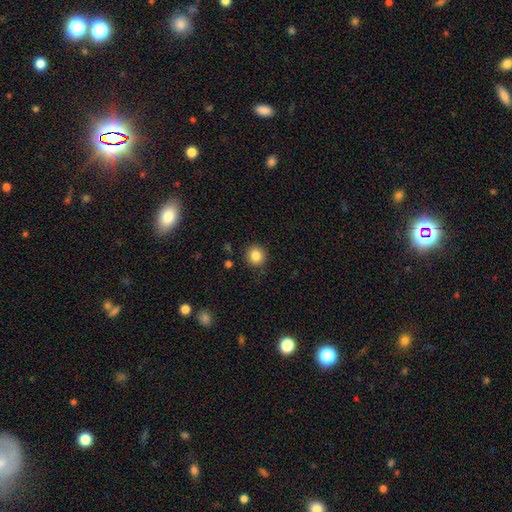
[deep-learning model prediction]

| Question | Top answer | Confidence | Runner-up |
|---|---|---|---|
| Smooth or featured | smooth | 84% | star or artifact (10%) |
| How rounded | round | 91% | in between (8%) |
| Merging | none | 89% | minor disturbance (7%) |